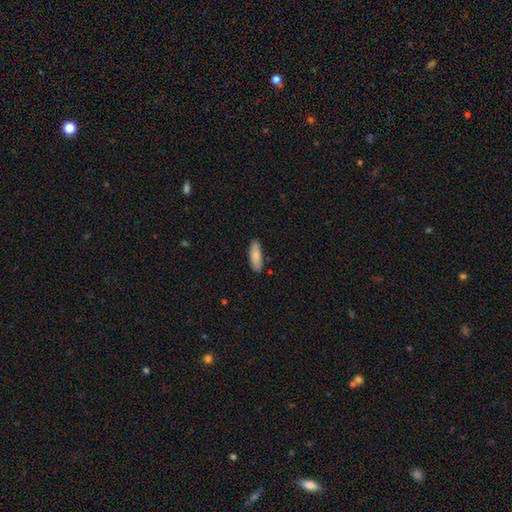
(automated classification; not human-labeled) Morphology: type=smooth (83%); roundness=in between (61%); merging=none (83%).